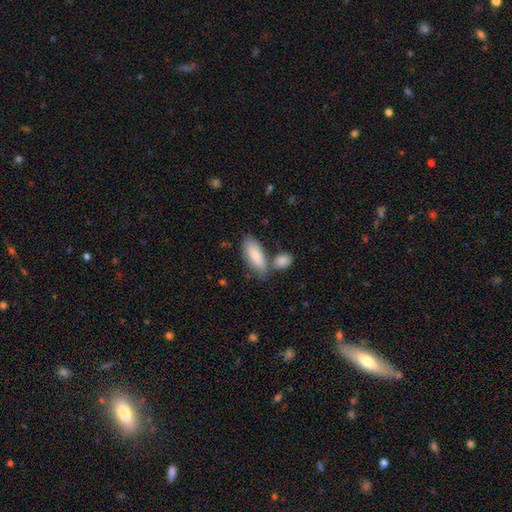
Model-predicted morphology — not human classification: smooth-or-featured: smooth: 84% | featured or disk: 10% | star or artifact: 5%
  how-rounded: in between: 79% | cigar-shaped: 19% | round: 2%
  merging: none: 57% | merger: 23% | minor disturbance: 15% | major disturbance: 4%